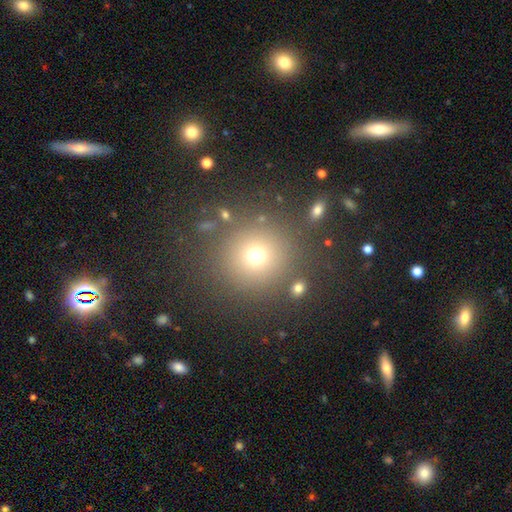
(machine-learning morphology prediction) smooth_or_featured: smooth (p=0.70) [alt: star or artifact p=0.20]
how_rounded: round (p=0.93) [alt: in between p=0.06]
merging: none (p=0.83) [alt: minor disturbance p=0.08]